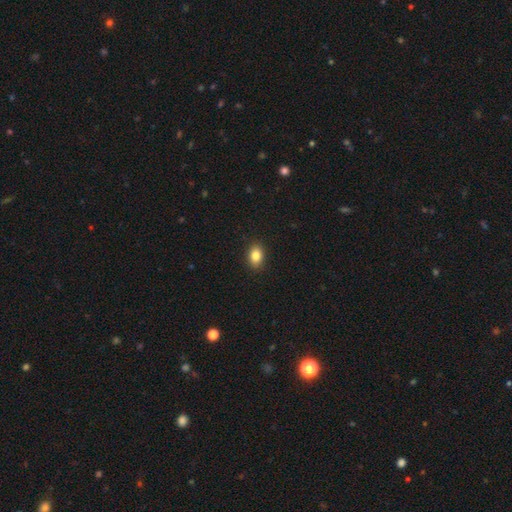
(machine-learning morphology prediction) Smooth or featured? smooth (84%)
How rounded? in between (73%)
Merging? none (90%)